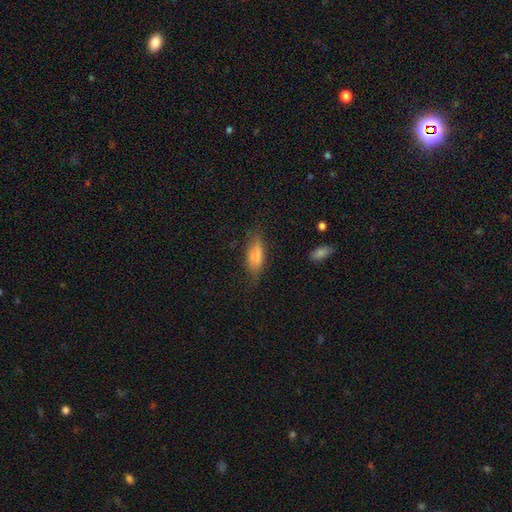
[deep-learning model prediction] smooth-or-featured: smooth: 71% | featured or disk: 18% | star or artifact: 10%
  how-rounded: in between: 69% | cigar-shaped: 28% | round: 3%
  merging: none: 60% | minor disturbance: 27% | major disturbance: 11% | merger: 2%